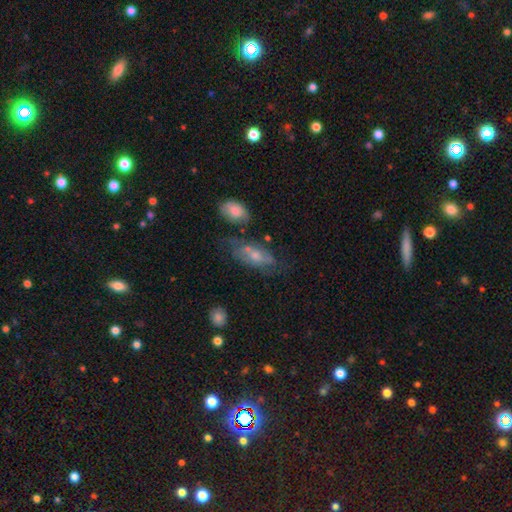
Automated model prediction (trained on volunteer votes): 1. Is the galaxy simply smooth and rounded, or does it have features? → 50% featured or disk, 40% smooth, 11% star or artifact.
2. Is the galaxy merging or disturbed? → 52% none, 23% minor disturbance, 14% major disturbance, 11% merger.